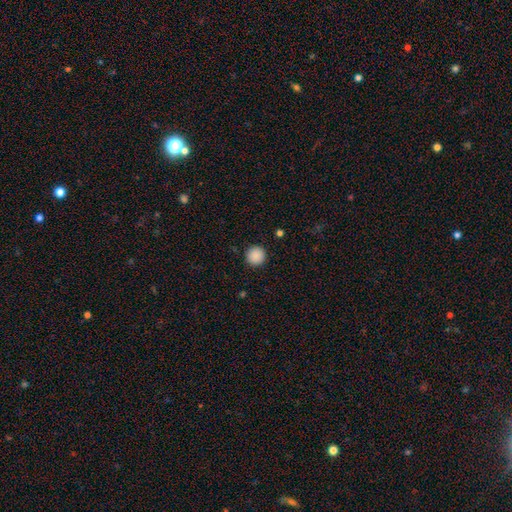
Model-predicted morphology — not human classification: This appears to be a smooth galaxy with no disk features (89%) that is round (95%). Merging: none (93%).